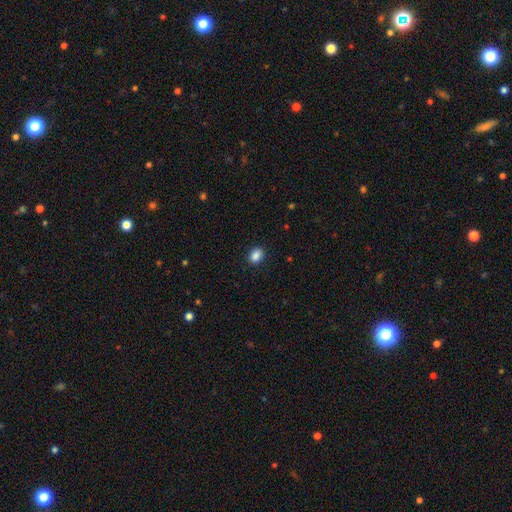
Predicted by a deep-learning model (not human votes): Q: Smooth or featured?
A: smooth (88%); runner-up: star or artifact (9%)
Q: How rounded?
A: in between (65%); runner-up: round (34%)
Q: Merging?
A: none (90%); runner-up: minor disturbance (7%)